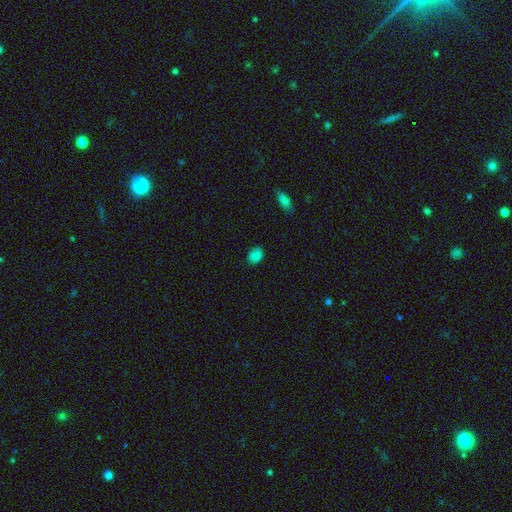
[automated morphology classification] Smooth or featured?
  - smooth: 85% *
  - star or artifact: 12%
  - featured or disk: 4%
How rounded?
  - in between: 69% *
  - round: 30%
  - cigar-shaped: 1%
Merging?
  - none: 85% *
  - minor disturbance: 11%
  - major disturbance: 2%
  - merger: 1%